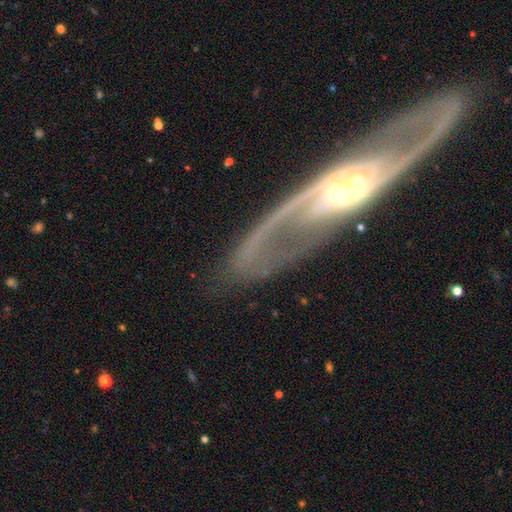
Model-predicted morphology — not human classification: Smooth or featured? Predicted: featured or disk (p=0.90). Edge-on disk? Predicted: no (p=0.83). Bar? Predicted: no (p=0.41). Spiral arms? Predicted: yes (p=0.95). Spiral winding? Predicted: medium (p=0.52). Spiral arm count? Predicted: 2 (p=0.92). Bulge size? Predicted: moderate (p=0.46). Merging? Predicted: none (p=0.84).